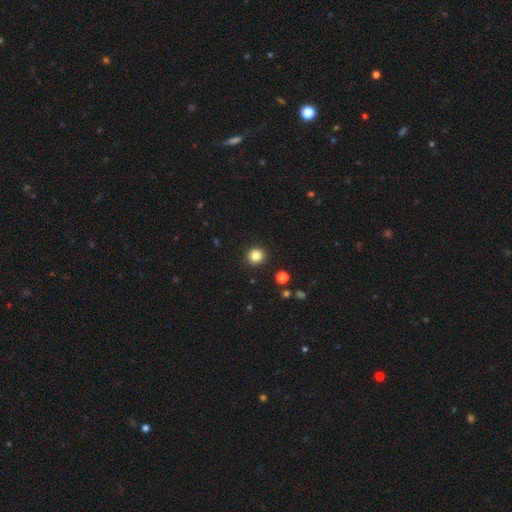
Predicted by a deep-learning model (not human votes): Smooth or featured?
  - smooth: 84% *
  - star or artifact: 11%
  - featured or disk: 5%
How rounded?
  - round: 91% *
  - in between: 8%
  - cigar-shaped: 1%
Merging?
  - none: 93% *
  - minor disturbance: 5%
  - major disturbance: 2%
  - merger: 1%